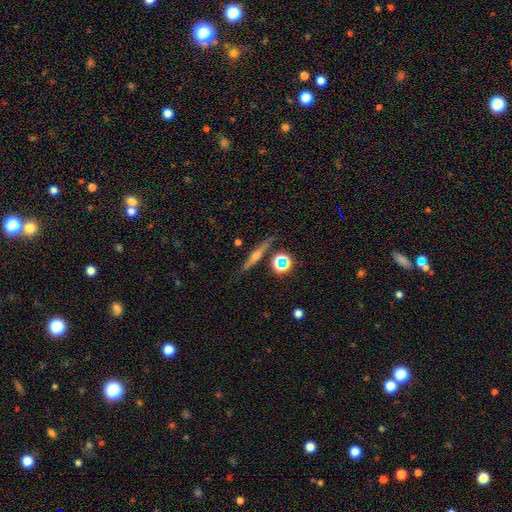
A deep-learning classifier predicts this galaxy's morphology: Q: Smooth or featured?
A: featured or disk (62%); runner-up: smooth (23%)
Q: Edge-on disk?
A: yes (95%); runner-up: no (5%)
Q: Edge-on bulge?
A: rounded (85%); runner-up: none (10%)
Q: Merging?
A: none (84%); runner-up: minor disturbance (9%)